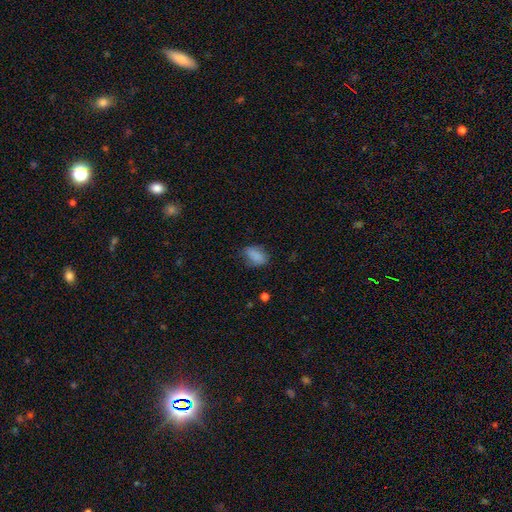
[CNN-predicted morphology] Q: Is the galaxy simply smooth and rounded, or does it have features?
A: smooth — 84%.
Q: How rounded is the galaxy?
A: in between — 86%.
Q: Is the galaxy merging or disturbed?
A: none — 65%.